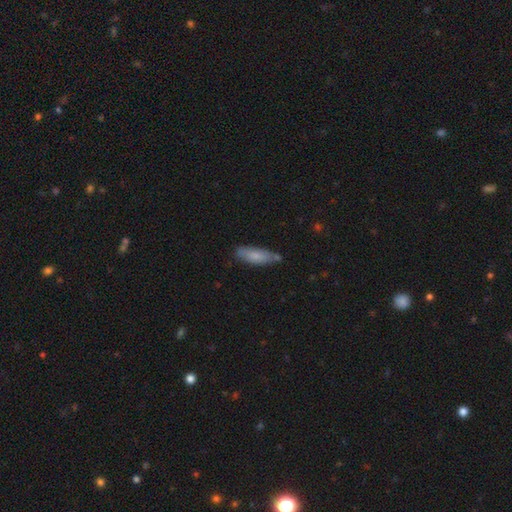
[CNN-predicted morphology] The model was most divided on "how rounded": cigar-shaped: 54%, in between: 44%, round: 2%. More confident: smooth or featured — smooth (78%); merging — none (68%).